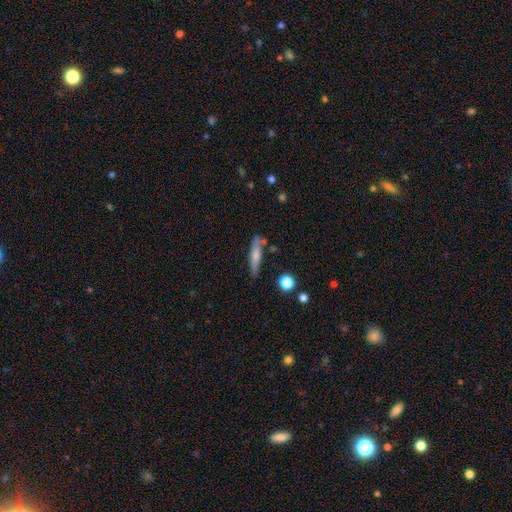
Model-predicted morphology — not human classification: A smooth galaxy with no disk features (63%) that is cigar-shaped (77%).

Vote fractions:
- Smooth or featured? smooth: 63% / featured or disk: 30% / star or artifact: 7%
- How rounded? cigar-shaped: 77% / in between: 21% / round: 3%
- Merging? none: 71% / minor disturbance: 18% / merger: 7% / major disturbance: 4%